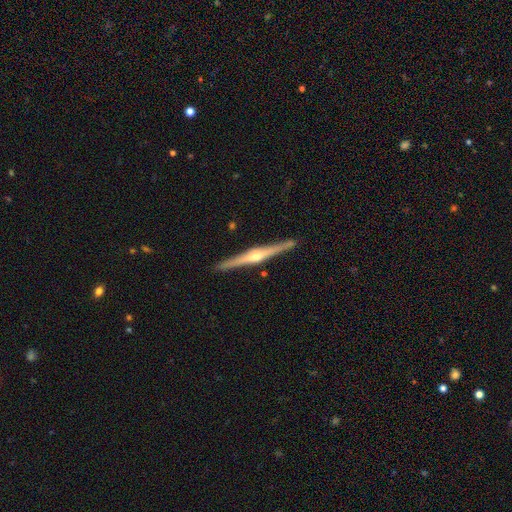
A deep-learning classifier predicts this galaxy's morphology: The model was most divided on "smooth or featured": featured or disk: 83%, smooth: 12%, star or artifact: 5%. More confident: edge-on disk — yes (99%); merging — none (91%); edge-on bulge — rounded (90%).